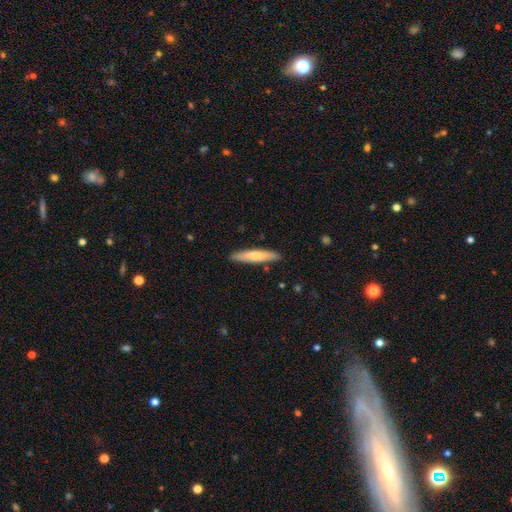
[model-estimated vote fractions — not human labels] A smooth galaxy with no disk features (70%) that is cigar-shaped (88%).

Vote fractions:
- Smooth or featured? smooth: 70% / featured or disk: 25% / star or artifact: 5%
- How rounded? cigar-shaped: 88% / in between: 10% / round: 1%
- Merging? none: 88% / minor disturbance: 9% / major disturbance: 2% / merger: 1%